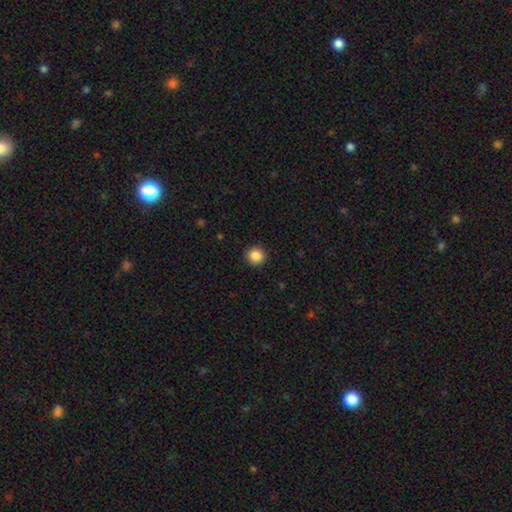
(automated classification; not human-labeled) This is clearly a smooth galaxy (87%). How rounded: clearly round (93%). Merging: clearly none (92%).